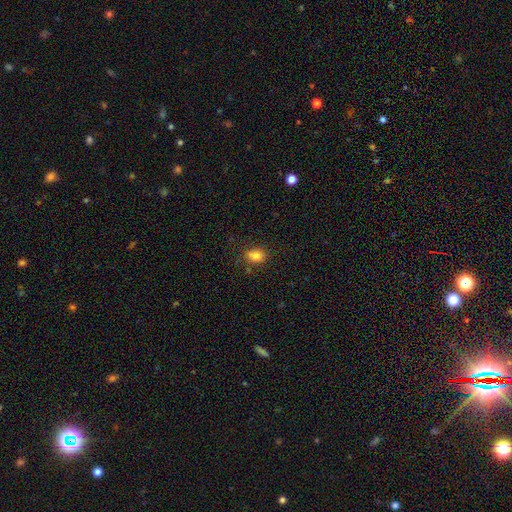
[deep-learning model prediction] Smooth or featured? Predicted: smooth (p=0.80). How rounded? Predicted: in between (p=0.58). Merging? Predicted: none (p=0.75).